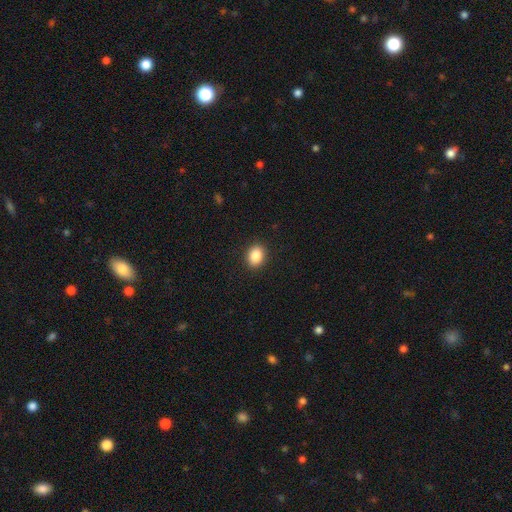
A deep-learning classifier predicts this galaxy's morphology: This is clearly a smooth galaxy (88%). How rounded: possibly in between (58%). Merging: clearly none (91%).